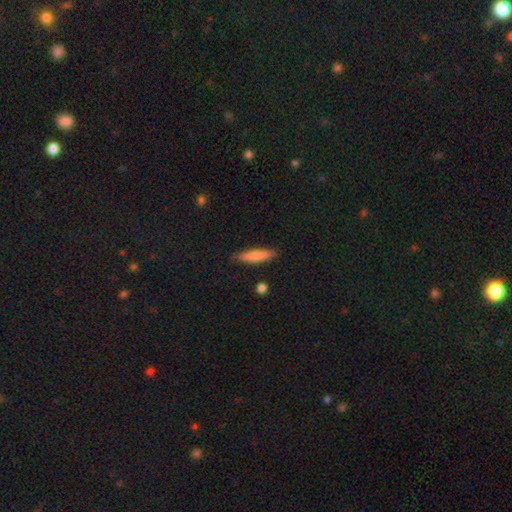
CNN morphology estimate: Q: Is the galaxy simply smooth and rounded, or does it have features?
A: smooth — 76%.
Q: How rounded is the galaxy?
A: cigar-shaped — 76%.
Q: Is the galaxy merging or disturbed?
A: none — 85%.